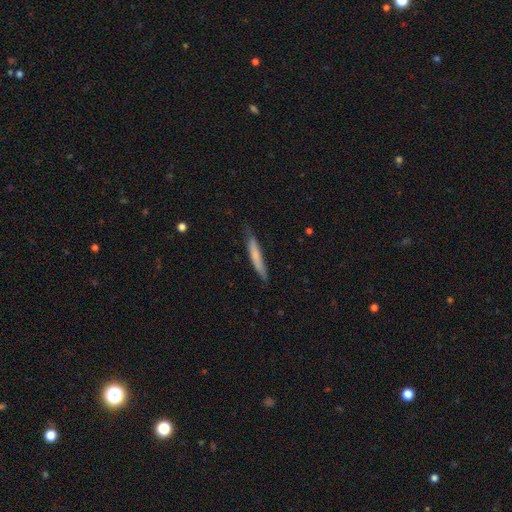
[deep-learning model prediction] smooth_or_featured: smooth (p=0.68) [alt: featured or disk p=0.26]
how_rounded: cigar-shaped (p=0.94) [alt: in between p=0.05]
merging: none (p=0.74) [alt: minor disturbance p=0.21]